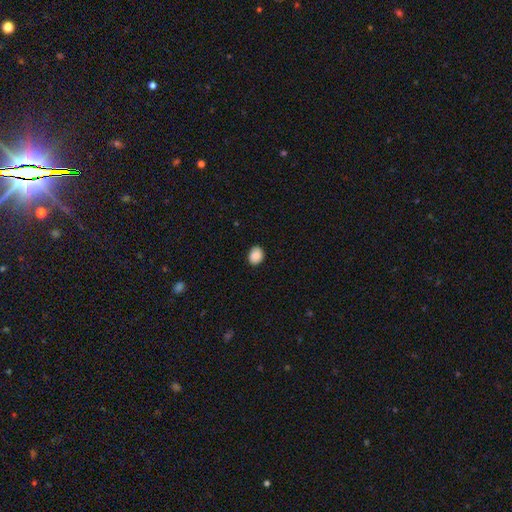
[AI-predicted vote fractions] Overall: smooth (88%). How rounded: round (51%; in between 48%). Merging: none (86%).